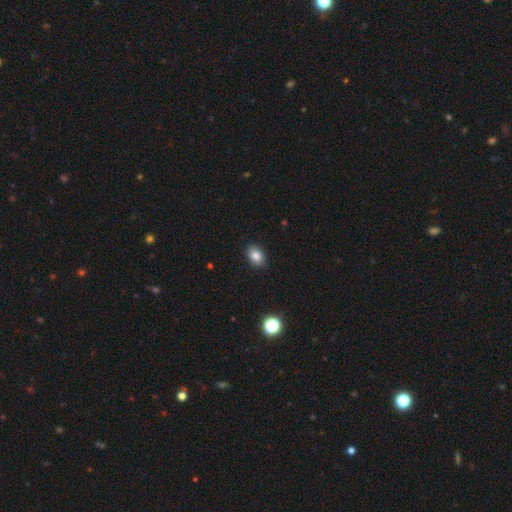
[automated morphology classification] Smooth or featured: smooth — 84% (star or artifact — 10%)
How rounded: in between — 78% (round — 21%)
Merging: none — 90% (minor disturbance — 7%)